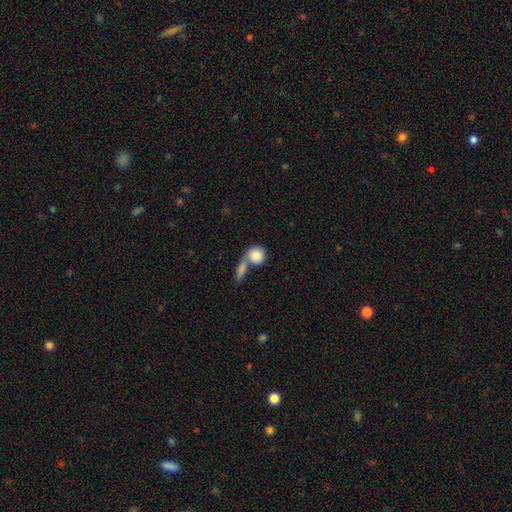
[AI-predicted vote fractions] Smooth or featured? smooth (84%)
How rounded? round (80%)
Merging? merger (51%)